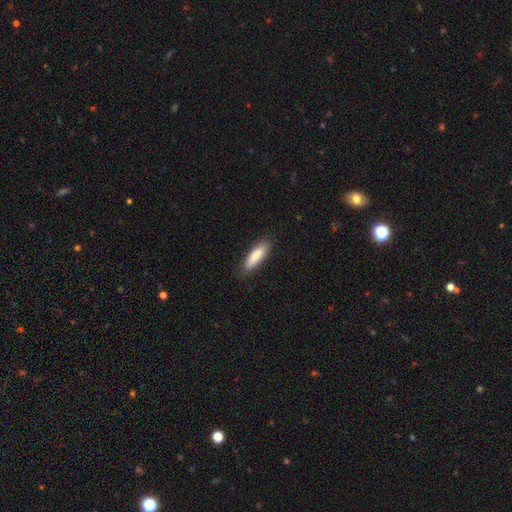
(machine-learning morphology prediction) Q: Smooth or featured?
A: smooth (84%); runner-up: featured or disk (10%)
Q: How rounded?
A: cigar-shaped (55%); runner-up: in between (44%)
Q: Merging?
A: none (84%); runner-up: minor disturbance (13%)